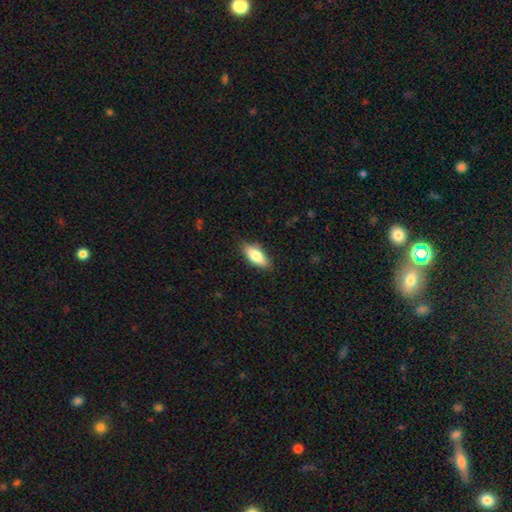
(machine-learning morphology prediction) smooth 77%, featured or disk 17%, star or artifact 6%. Down the decision tree: how rounded — in between (79%); merging — none (83%).